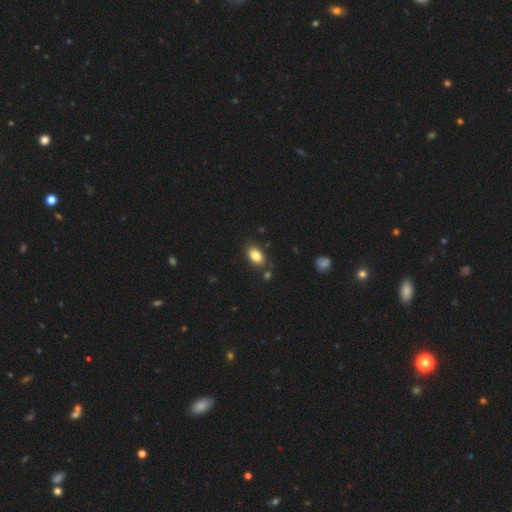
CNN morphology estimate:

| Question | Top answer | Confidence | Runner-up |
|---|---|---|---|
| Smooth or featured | smooth | 84% | featured or disk (8%) |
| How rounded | in between | 91% | round (8%) |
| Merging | none | 82% | minor disturbance (11%) |